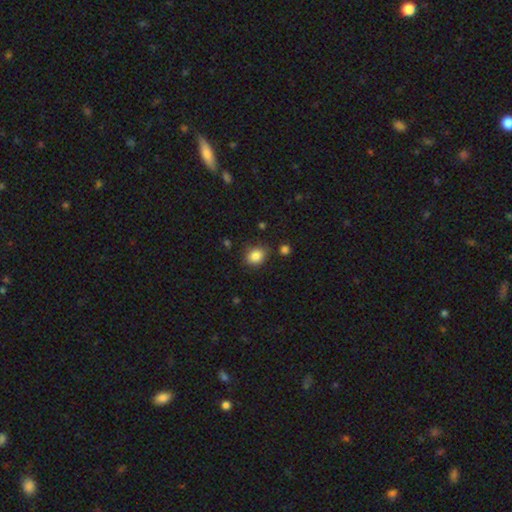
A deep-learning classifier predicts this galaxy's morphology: The model was most divided on "how rounded": round: 58%, in between: 42%, cigar-shaped: 1%. More confident: smooth or featured — smooth (85%); merging — none (80%).